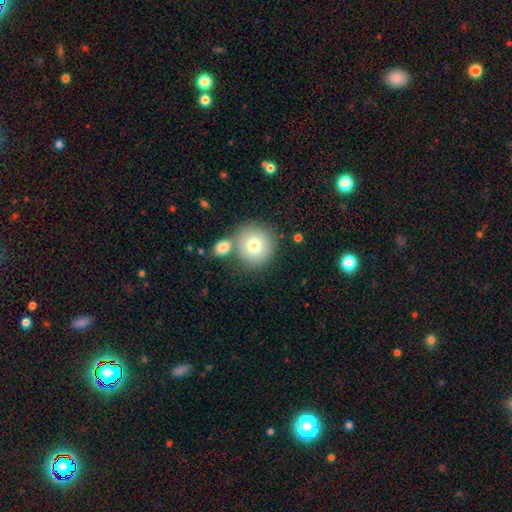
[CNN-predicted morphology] This appears to be a smooth galaxy with no disk features (69%) that is round (94%). Merging: none (75%).